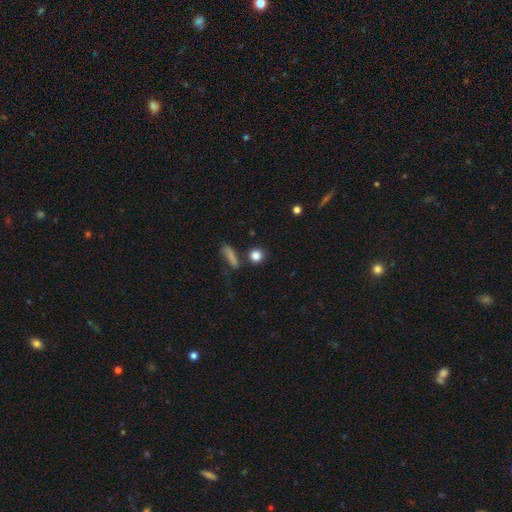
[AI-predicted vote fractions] Smooth or featured: smooth — 83% (star or artifact — 11%)
How rounded: round — 86% (in between — 10%)
Merging: none — 80% (minor disturbance — 9%)